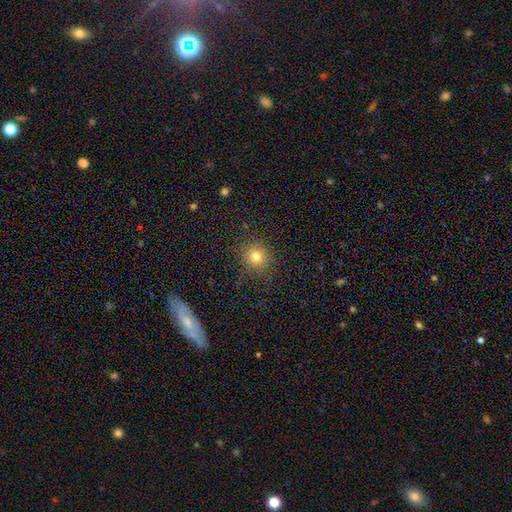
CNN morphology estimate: Smooth or featured?
  - smooth: 77% *
  - star or artifact: 16%
  - featured or disk: 7%
How rounded?
  - round: 89% *
  - in between: 10%
  - cigar-shaped: 1%
Merging?
  - none: 86% *
  - minor disturbance: 9%
  - major disturbance: 4%
  - merger: 1%